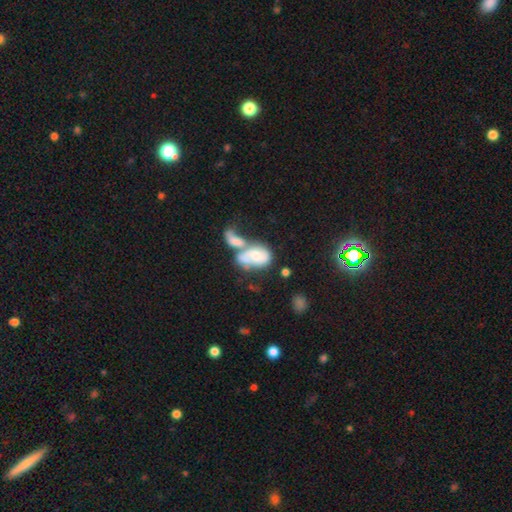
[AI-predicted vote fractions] featured or disk 52%, smooth 40%, star or artifact 7%. Down the decision tree: edge-on disk — no (96%); bar — no (71%); spiral arms — yes (62%); bulge size — moderate (50%); merging — merger (68%).